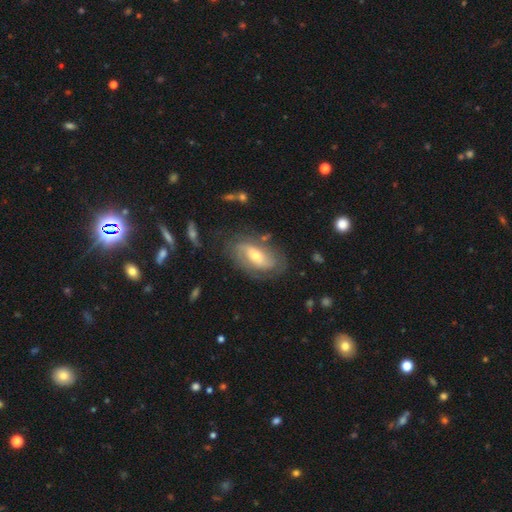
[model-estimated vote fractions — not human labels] Smooth or featured?
  - featured or disk: 67% *
  - smooth: 26%
  - star or artifact: 7%
Edge-on disk?
  - no: 91% *
  - yes: 9%
Bar?
  - no: 39% *
  - weak: 38%
  - strong: 24%
Spiral arms?
  - yes: 82% *
  - no: 18%
Bulge size?
  - moderate: 55% *
  - small: 37%
  - large: 5%
  - none: 1%
  - dominant: 1%
Merging?
  - none: 70% *
  - minor disturbance: 19%
  - major disturbance: 9%
  - merger: 2%